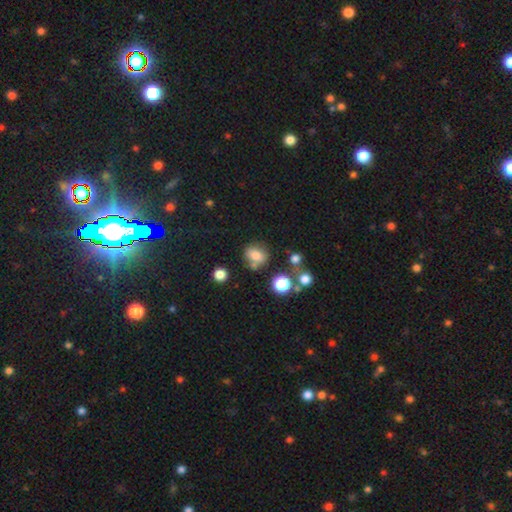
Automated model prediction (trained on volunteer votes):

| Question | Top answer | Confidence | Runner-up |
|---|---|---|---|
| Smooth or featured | smooth | 76% | star or artifact (14%) |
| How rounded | round | 52% | in between (46%) |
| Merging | none | 62% | minor disturbance (17%) |